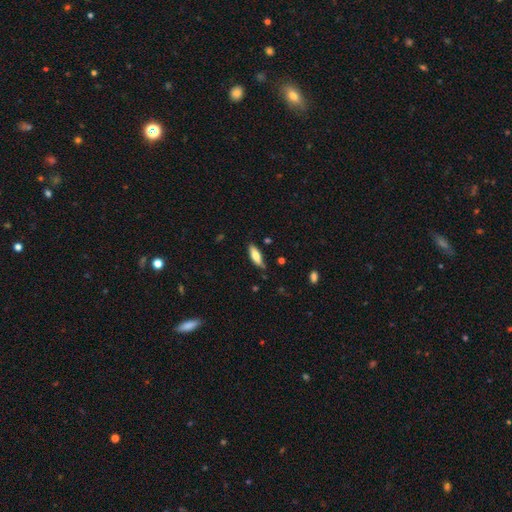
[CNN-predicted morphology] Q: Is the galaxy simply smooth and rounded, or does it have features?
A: smooth — 73%.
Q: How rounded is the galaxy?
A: in between — 57%.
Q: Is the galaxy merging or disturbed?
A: none — 75%.